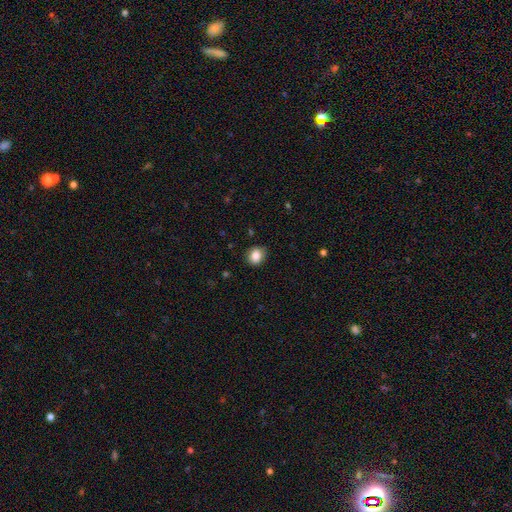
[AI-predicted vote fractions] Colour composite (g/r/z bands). It shows a smooth galaxy with no disk features (85%) that is round (64%). Merging: none (86%).